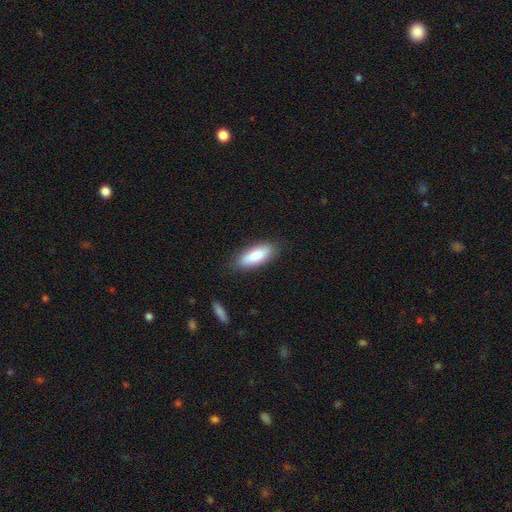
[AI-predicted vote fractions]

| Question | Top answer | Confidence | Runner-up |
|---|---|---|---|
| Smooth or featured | smooth | 84% | featured or disk (10%) |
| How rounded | in between | 71% | cigar-shaped (28%) |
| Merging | none | 84% | minor disturbance (12%) |